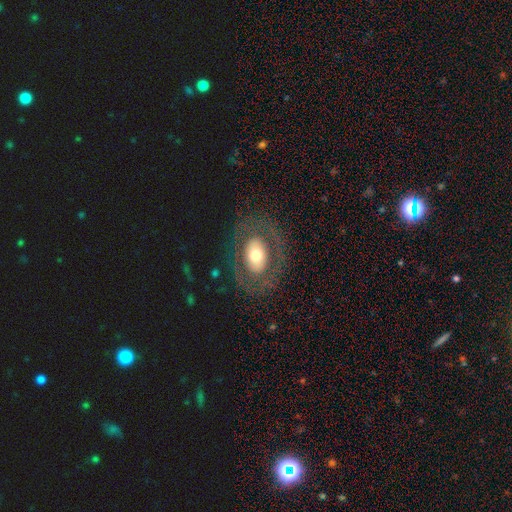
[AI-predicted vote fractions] featured or disk 48%, smooth 45%, star or artifact 7%. Down the decision tree: merging — none (78%).